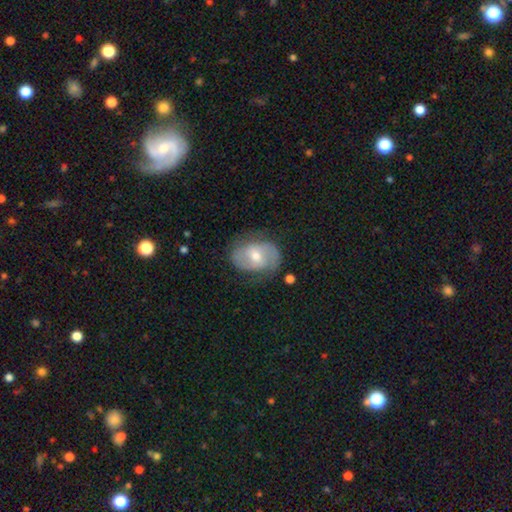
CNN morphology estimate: A featured or disk galaxy (68%) with a weak bar (47%), 2 (81%) medium (46%) spiral arms (84%) and a moderate central bulge (59%). Merging: none (69%).